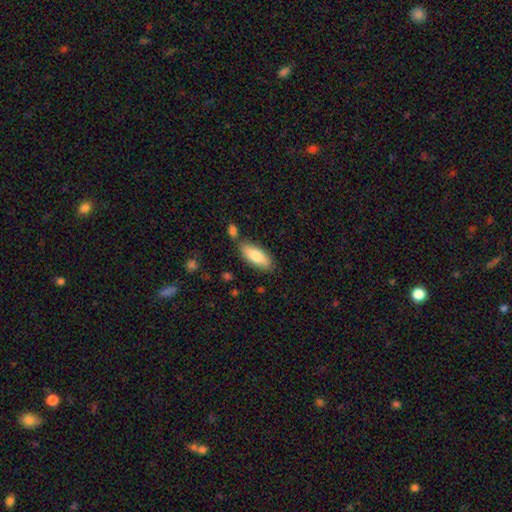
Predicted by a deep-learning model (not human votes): Overall: smooth (78%). How rounded: in between (76%). Merging: none (73%).